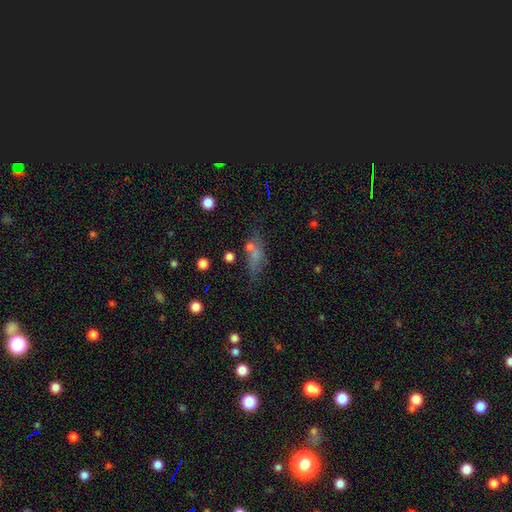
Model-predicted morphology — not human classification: Q: Smooth or featured?
A: smooth (58%); runner-up: featured or disk (23%)
Q: How rounded?
A: in between (58%); runner-up: cigar-shaped (34%)
Q: Merging?
A: none (50%); runner-up: minor disturbance (22%)